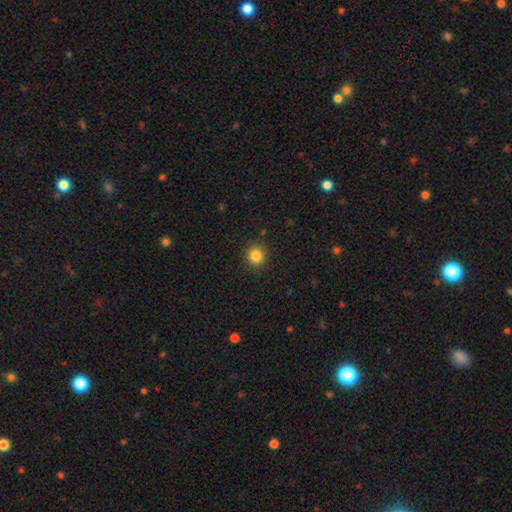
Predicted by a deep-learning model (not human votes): The model was most divided on "smooth or featured": smooth: 85%, star or artifact: 11%, featured or disk: 4%. More confident: how rounded — round (92%); merging — none (91%).